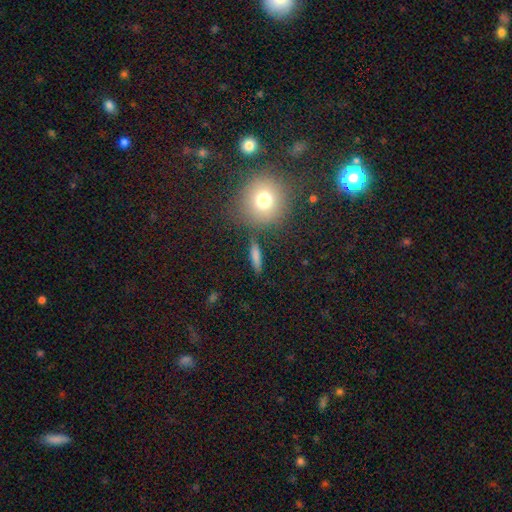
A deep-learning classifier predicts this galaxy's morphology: smooth 76%, featured or disk 13%, star or artifact 10%. Down the decision tree: how rounded — cigar-shaped (75%); merging — none (82%).